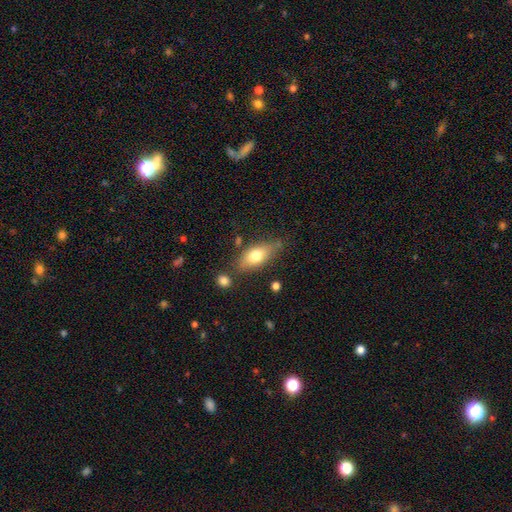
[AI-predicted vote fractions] smooth_or_featured: smooth (p=0.70) [alt: featured or disk p=0.23]
how_rounded: in between (p=0.80) [alt: cigar-shaped p=0.16]
merging: none (p=0.67) [alt: minor disturbance p=0.21]